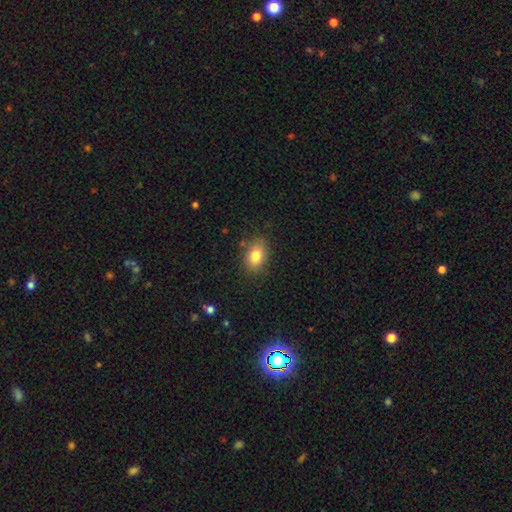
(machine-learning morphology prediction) Smooth or featured? smooth (82%)
How rounded? in between (80%)
Merging? none (82%)